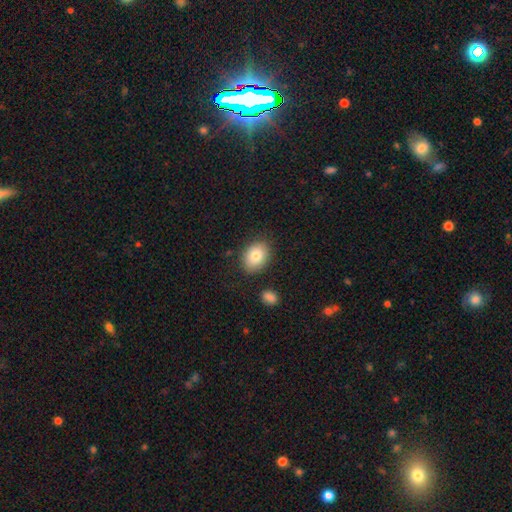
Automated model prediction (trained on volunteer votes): Smooth or featured? smooth (81%)
How rounded? in between (70%)
Merging? none (84%)